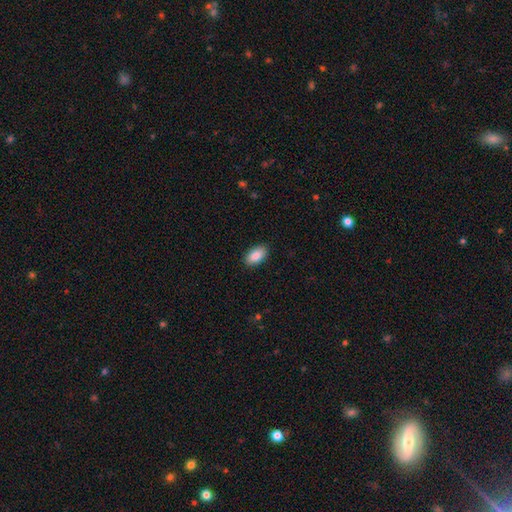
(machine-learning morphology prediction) The model was most divided on "smooth or featured": smooth: 87%, star or artifact: 7%, featured or disk: 6%. More confident: how rounded — in between (94%); merging — none (90%).